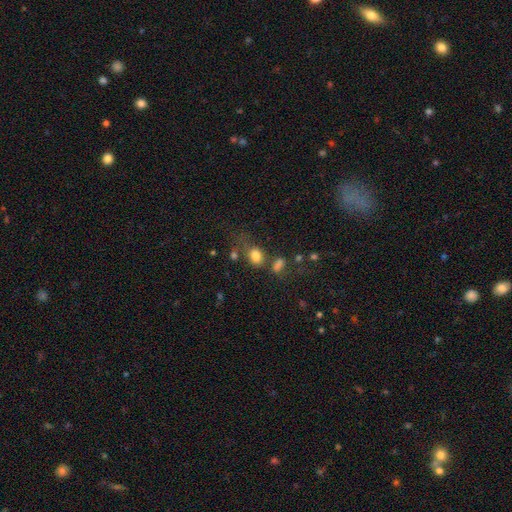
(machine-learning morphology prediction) This is clearly a smooth galaxy (81%). How rounded: likely in between (66%). Merging: possibly none (52%).